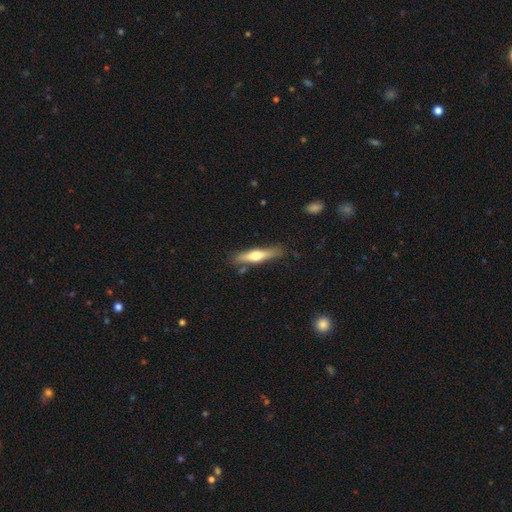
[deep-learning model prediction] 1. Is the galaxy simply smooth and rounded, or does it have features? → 51% featured or disk, 44% smooth, 5% star or artifact.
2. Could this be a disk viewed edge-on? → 94% yes, 6% no.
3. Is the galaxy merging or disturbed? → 79% none, 14% minor disturbance, 4% merger, 3% major disturbance.